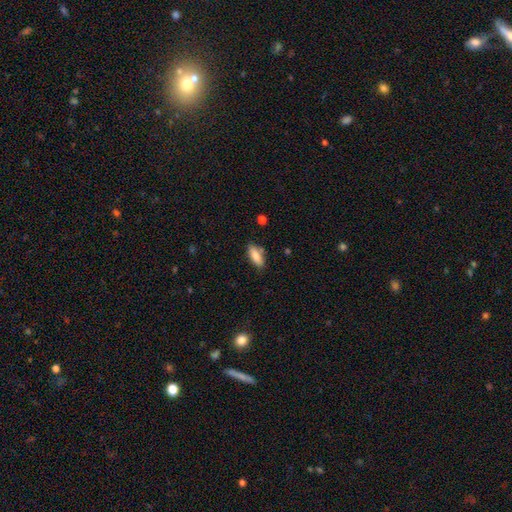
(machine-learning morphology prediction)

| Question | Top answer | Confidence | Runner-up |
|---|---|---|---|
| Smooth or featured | smooth | 83% | featured or disk (10%) |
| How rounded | in between | 71% | cigar-shaped (27%) |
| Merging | none | 79% | minor disturbance (15%) |